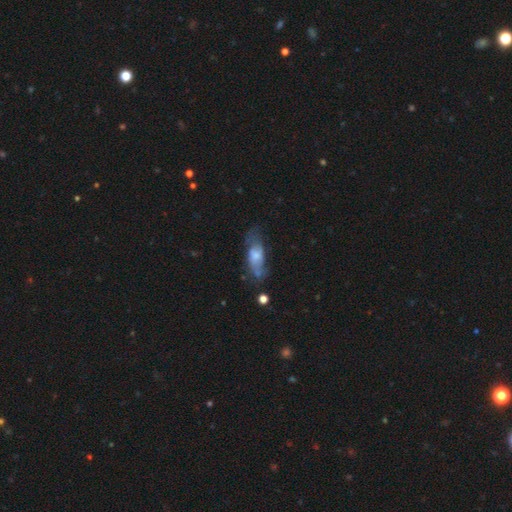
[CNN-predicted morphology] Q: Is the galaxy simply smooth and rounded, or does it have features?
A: smooth — 48%.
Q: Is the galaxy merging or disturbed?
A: none — 47%.